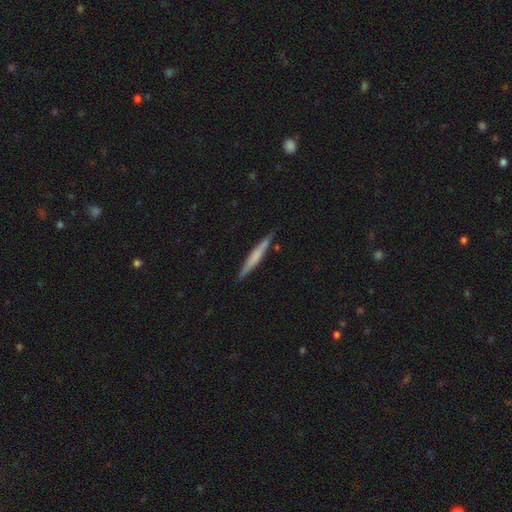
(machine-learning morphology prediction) Q: Smooth or featured?
A: smooth (54%); runner-up: featured or disk (41%)
Q: How rounded?
A: cigar-shaped (96%); runner-up: in between (3%)
Q: Merging?
A: none (89%); runner-up: minor disturbance (8%)